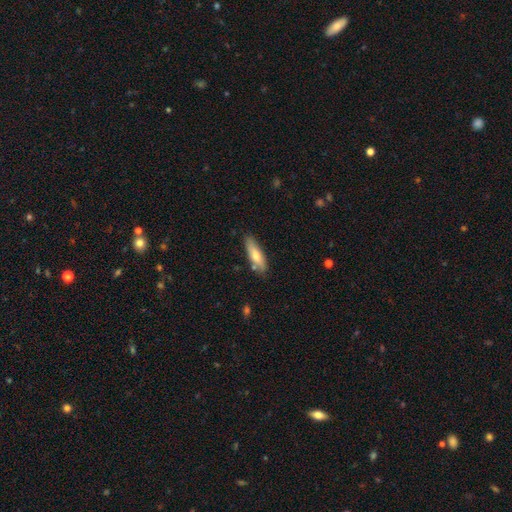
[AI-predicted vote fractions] Smooth or featured? Predicted: smooth (p=0.68). How rounded? Predicted: cigar-shaped (p=0.53). Merging? Predicted: none (p=0.78).